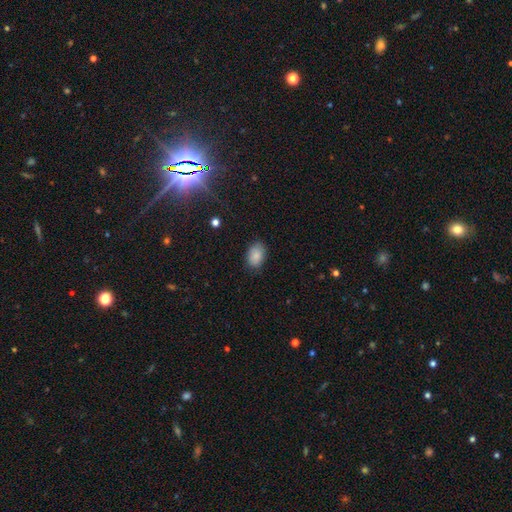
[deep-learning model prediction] smooth_or_featured: smooth (p=0.85) [alt: star or artifact p=0.08]
how_rounded: in between (p=0.84) [alt: round p=0.15]
merging: none (p=0.80) [alt: minor disturbance p=0.16]